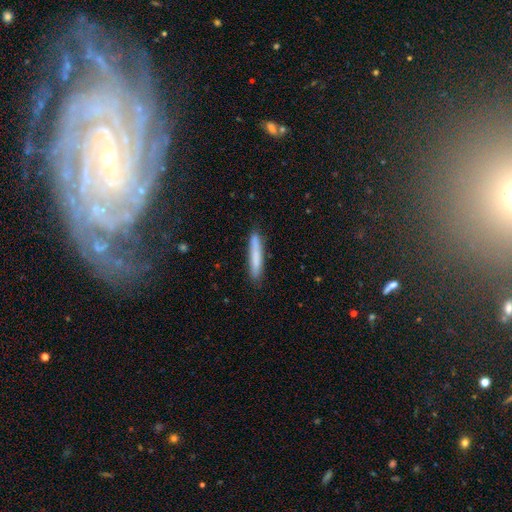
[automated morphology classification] This appears to be a smooth galaxy with no disk features (76%) that is cigar-shaped (94%). Merging: none (87%).